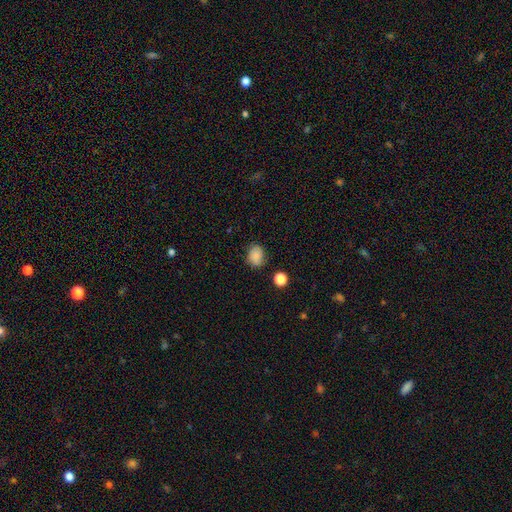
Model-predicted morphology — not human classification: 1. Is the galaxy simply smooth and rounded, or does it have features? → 84% smooth, 10% star or artifact, 5% featured or disk.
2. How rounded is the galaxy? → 51% in between, 49% round, 1% cigar-shaped.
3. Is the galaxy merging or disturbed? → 76% none, 17% minor disturbance, 4% major disturbance, 3% merger.